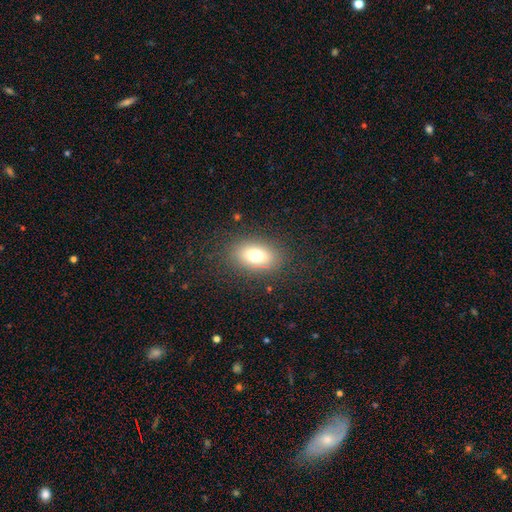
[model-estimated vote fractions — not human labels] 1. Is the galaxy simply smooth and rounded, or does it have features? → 75% smooth, 15% featured or disk, 11% star or artifact.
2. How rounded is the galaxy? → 83% in between, 15% round, 2% cigar-shaped.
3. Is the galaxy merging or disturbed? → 84% none, 10% minor disturbance, 5% major disturbance, 1% merger.